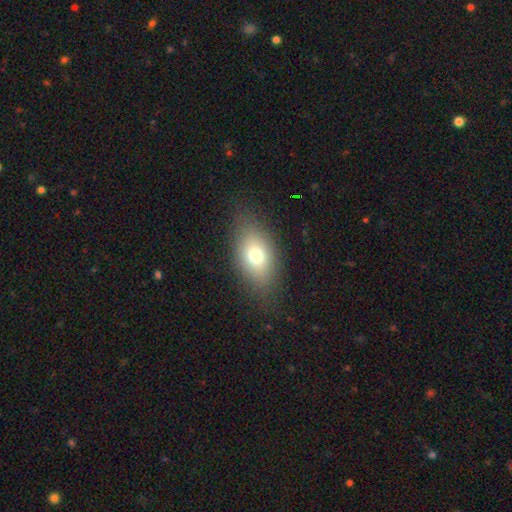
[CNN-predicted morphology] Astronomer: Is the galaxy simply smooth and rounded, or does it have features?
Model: smooth — 71%.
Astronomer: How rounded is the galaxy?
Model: in between — 82%.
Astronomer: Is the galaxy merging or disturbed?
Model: none — 79%.